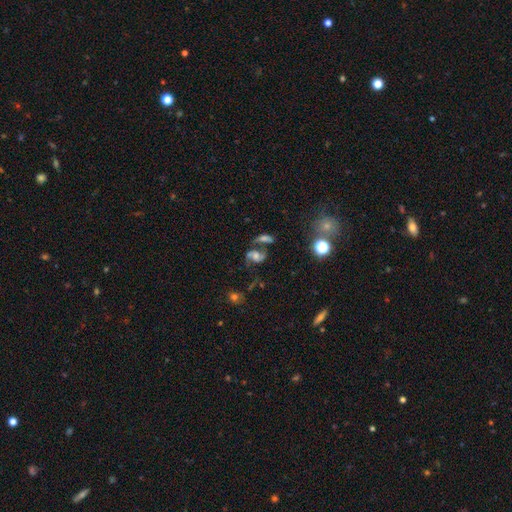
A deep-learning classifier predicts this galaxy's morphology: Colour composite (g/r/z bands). It shows a featured or disk galaxy (63%) with no bar (58%), 2 (87%) loose (43%, tied with medium) spiral arms (85%) and a moderate central bulge (51%). Merging: none (43%).